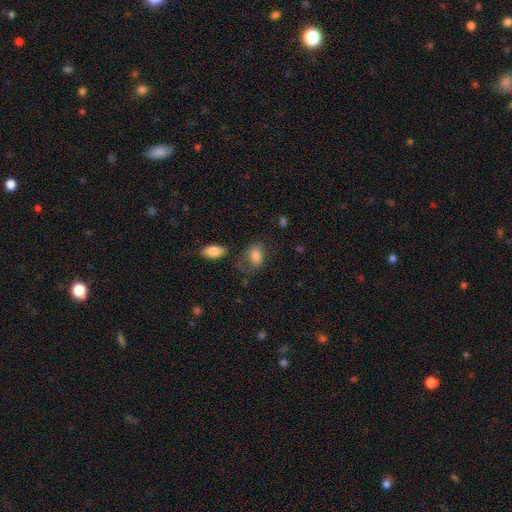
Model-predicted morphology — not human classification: A smooth galaxy with no disk features (78%) that is in between round and cigar-shaped (77%). Merging: none (43%).